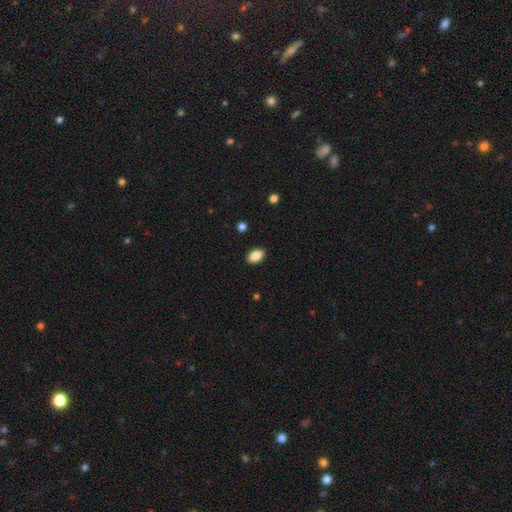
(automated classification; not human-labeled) A smooth galaxy with no disk features (87%) that is in between round and cigar-shaped (91%). Merging: none (90%).